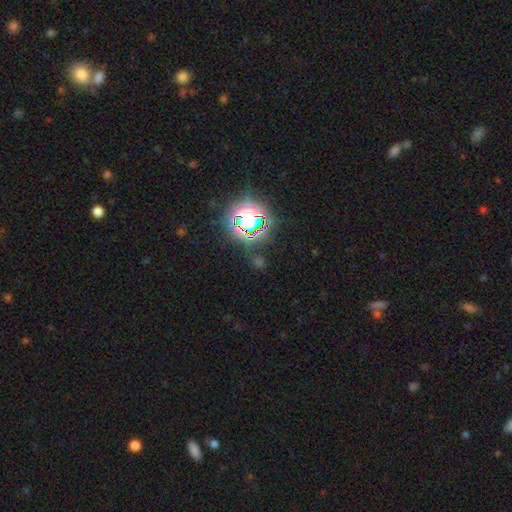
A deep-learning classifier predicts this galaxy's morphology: Smooth or featured: star or artifact — 79% (smooth — 14%)